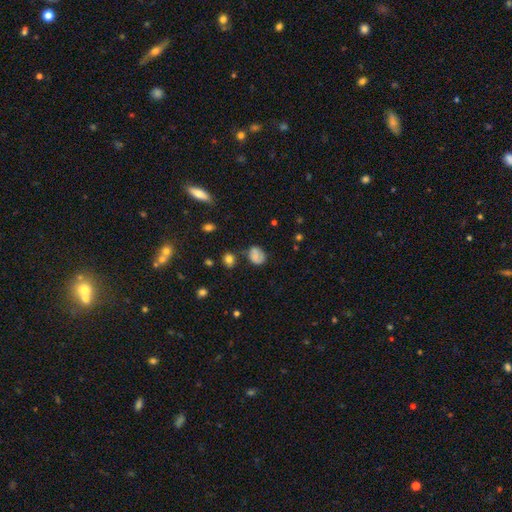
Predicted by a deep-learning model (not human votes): Q: Smooth or featured?
A: smooth (66%); runner-up: featured or disk (22%)
Q: How rounded?
A: in between (55%); runner-up: round (44%)
Q: Merging?
A: none (57%); runner-up: minor disturbance (27%)